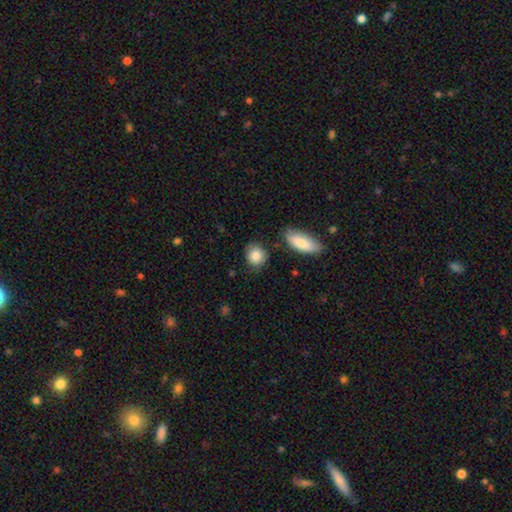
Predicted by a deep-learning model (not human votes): Morphology: type=smooth (85%); roundness=round (69%); merging=none (79%).